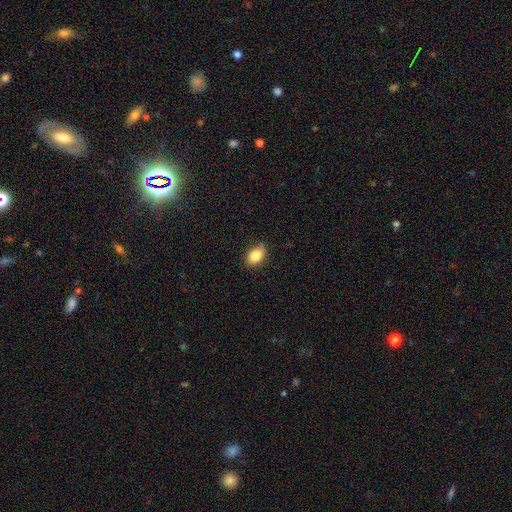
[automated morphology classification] smooth_or_featured: smooth (p=0.85) [alt: star or artifact p=0.08]
how_rounded: in between (p=0.87) [alt: round p=0.11]
merging: none (p=0.73) [alt: minor disturbance p=0.22]